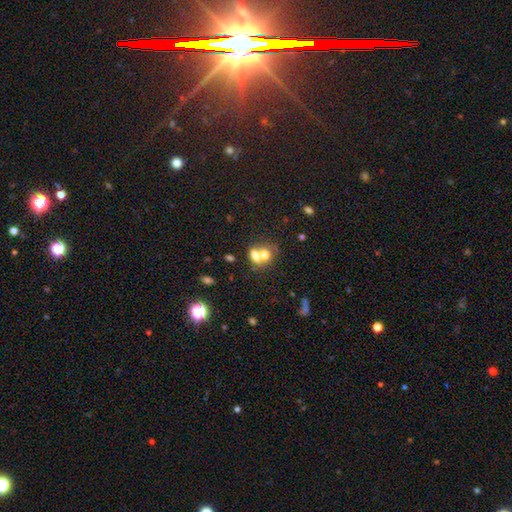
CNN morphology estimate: Smooth or featured? Predicted: smooth (p=0.67). How rounded? Predicted: in between (p=0.51). Merging? Predicted: merger (p=0.66).